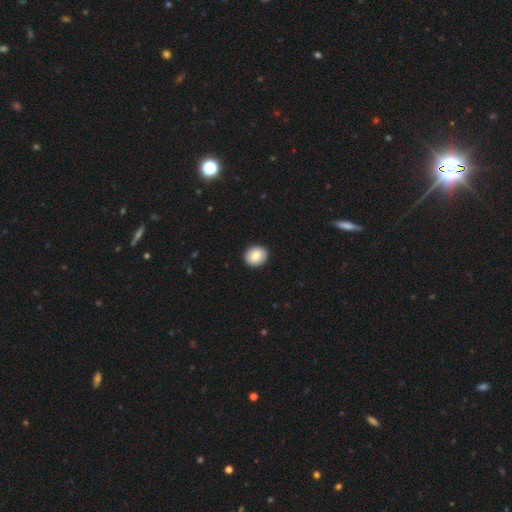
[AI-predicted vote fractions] Smooth or featured? smooth (82%)
How rounded? round (78%)
Merging? none (92%)